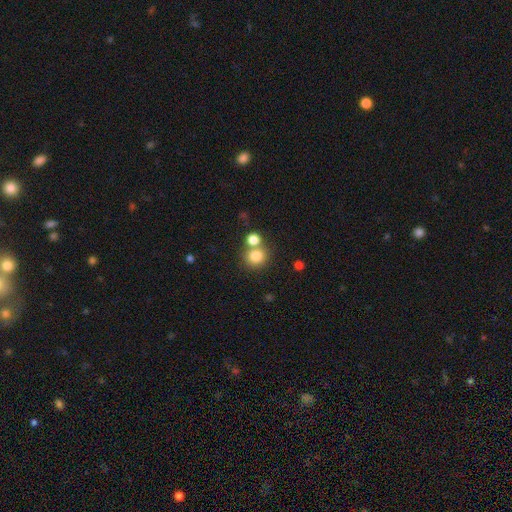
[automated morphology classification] smooth_or_featured: smooth (p=0.81) [alt: star or artifact p=0.12]
how_rounded: round (p=0.85) [alt: in between p=0.14]
merging: none (p=0.57) [alt: merger p=0.32]